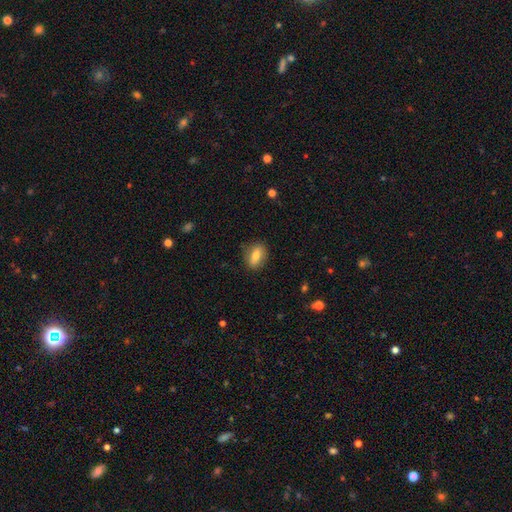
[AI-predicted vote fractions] Q: Smooth or featured?
A: smooth (75%); runner-up: featured or disk (18%)
Q: How rounded?
A: in between (77%); runner-up: round (17%)
Q: Merging?
A: none (83%); runner-up: minor disturbance (13%)